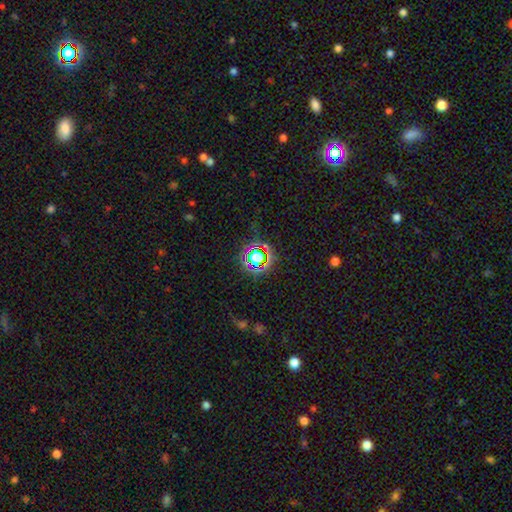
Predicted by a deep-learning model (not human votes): Smooth or featured: star or artifact — 65% (smooth — 23%)